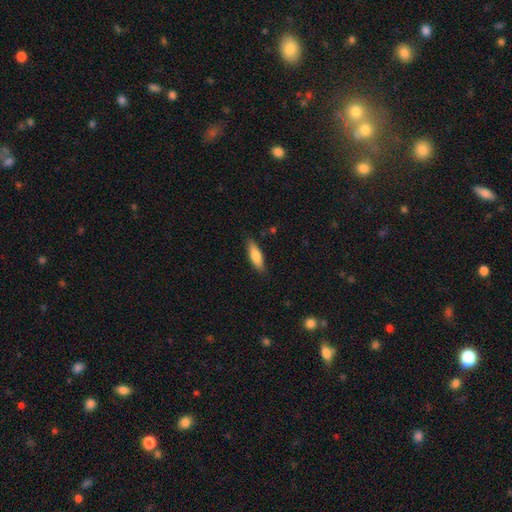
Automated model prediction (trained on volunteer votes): A smooth galaxy with no disk features (75%) that is in between round and cigar-shaped (50%). Merging: none (84%).